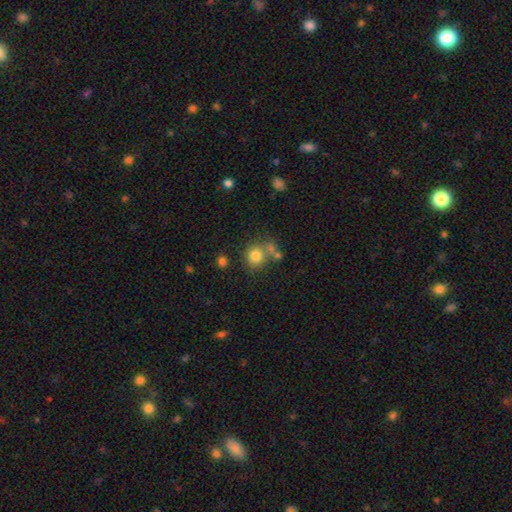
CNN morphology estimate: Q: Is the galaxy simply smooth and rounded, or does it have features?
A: smooth — 79%.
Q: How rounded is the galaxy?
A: round — 87%.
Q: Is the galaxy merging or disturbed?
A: none — 60%.